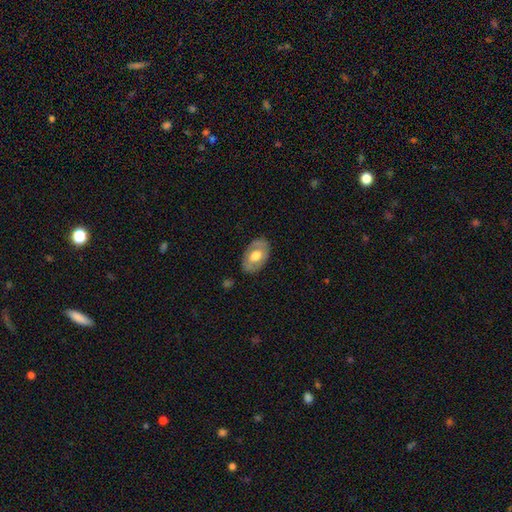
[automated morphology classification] A smooth galaxy with no disk features (48%). Merging: none (81%).